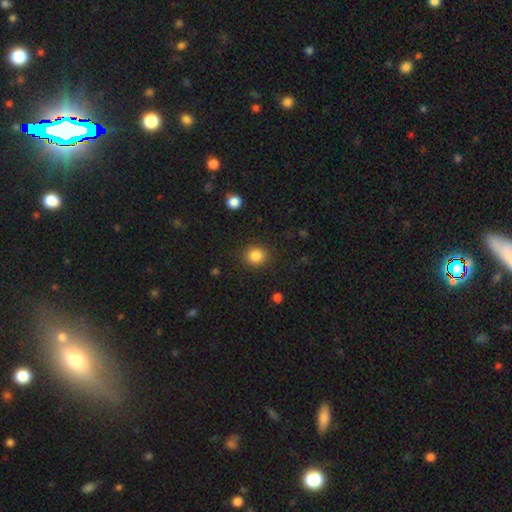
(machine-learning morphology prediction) Smooth or featured? Predicted: smooth (p=0.85). How rounded? Predicted: round (p=0.85). Merging? Predicted: none (p=0.89).